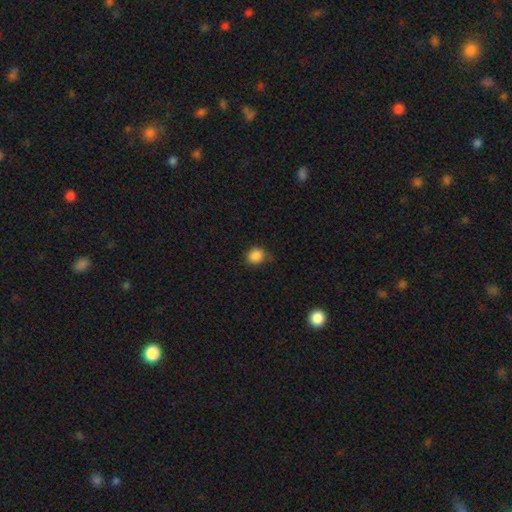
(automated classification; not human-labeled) Q: Smooth or featured?
A: smooth (86%); runner-up: star or artifact (10%)
Q: How rounded?
A: round (77%); runner-up: in between (22%)
Q: Merging?
A: none (63%); runner-up: minor disturbance (29%)